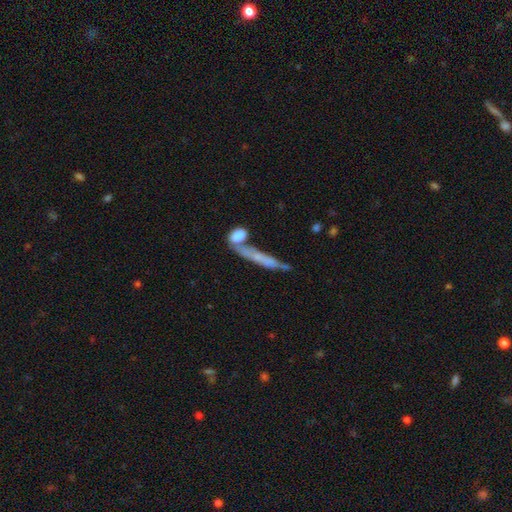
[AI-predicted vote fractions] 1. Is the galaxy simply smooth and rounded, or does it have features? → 50% smooth, 40% featured or disk, 10% star or artifact.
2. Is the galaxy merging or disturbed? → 48% none, 27% merger, 16% minor disturbance, 9% major disturbance.